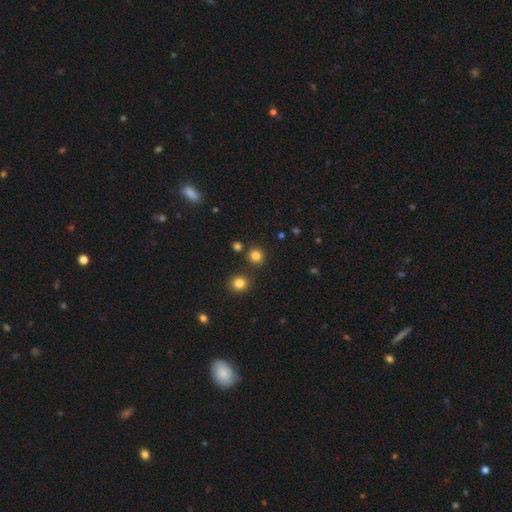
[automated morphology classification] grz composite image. It shows a smooth galaxy with no disk features (82%) that is round (92%). Merging: none (86%).